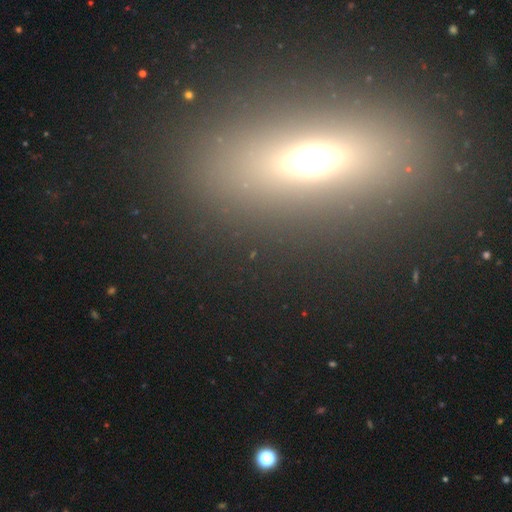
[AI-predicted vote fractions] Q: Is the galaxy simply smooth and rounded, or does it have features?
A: smooth — 46%.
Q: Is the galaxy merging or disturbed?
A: none — 85%.